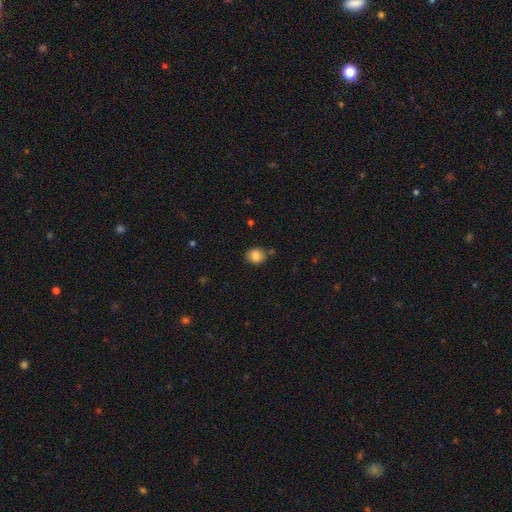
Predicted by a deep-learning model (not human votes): Smooth or featured? Predicted: smooth (p=0.84). How rounded? Predicted: round (p=0.70). Merging? Predicted: none (p=0.78).